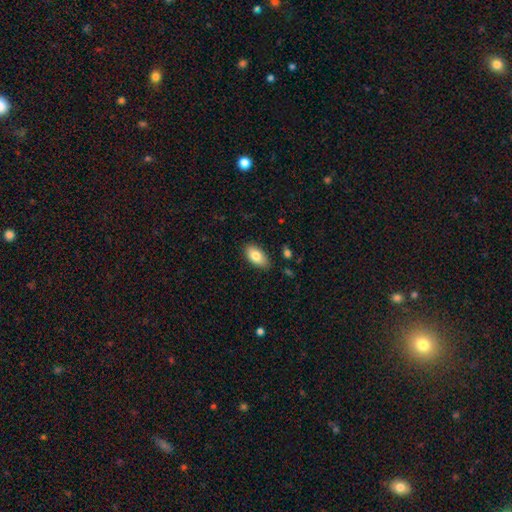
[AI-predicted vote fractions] The model was most divided on "smooth or featured": smooth: 81%, featured or disk: 12%, star or artifact: 7%. More confident: how rounded — in between (92%); merging — none (83%).